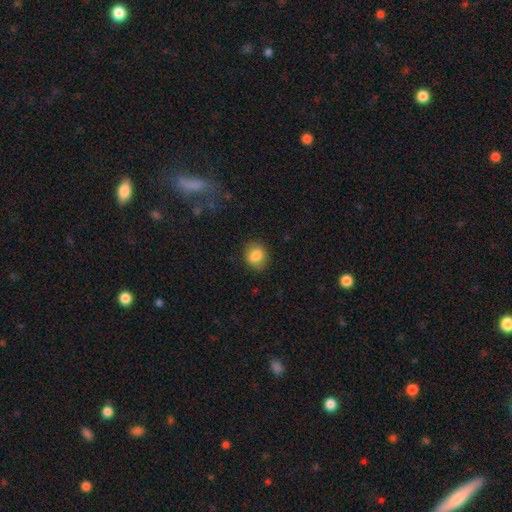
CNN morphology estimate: type=smooth (84%); roundness=round (65%); merging=none (84%).